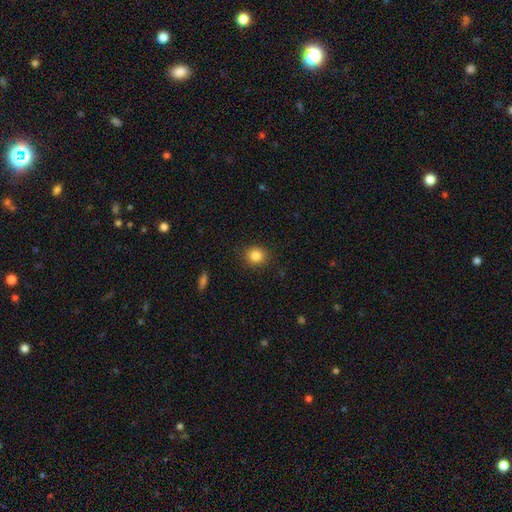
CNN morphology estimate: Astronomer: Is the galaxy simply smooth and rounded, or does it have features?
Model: smooth — 84%.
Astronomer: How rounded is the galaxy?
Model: round — 83%.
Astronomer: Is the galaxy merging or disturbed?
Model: none — 89%.